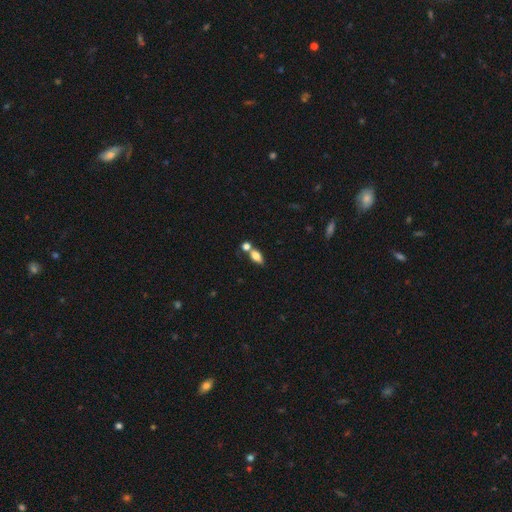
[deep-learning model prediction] This appears to be a smooth galaxy with no disk features (75%) that is in between round and cigar-shaped (82%). Merging: none (53%).